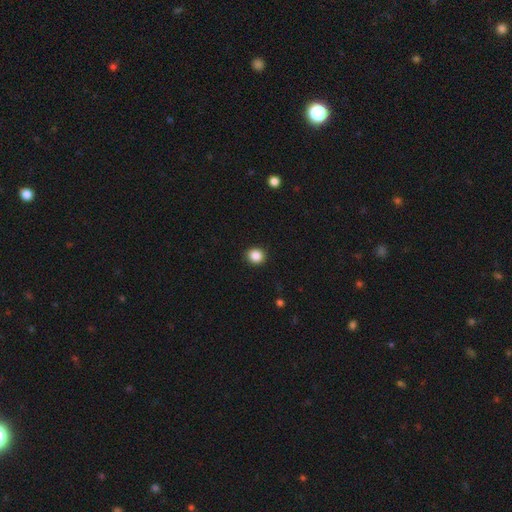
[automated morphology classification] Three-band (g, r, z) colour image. It shows a smooth galaxy with no disk features (86%) that is round (83%). Merging: none (92%).